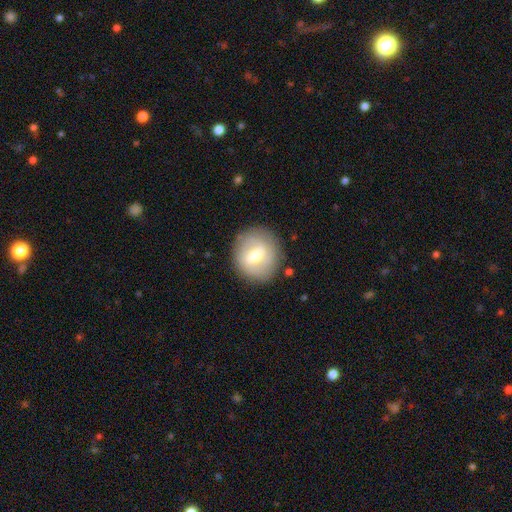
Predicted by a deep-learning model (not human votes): Smooth or featured? Predicted: smooth (p=0.47). Merging? Predicted: none (p=0.84).